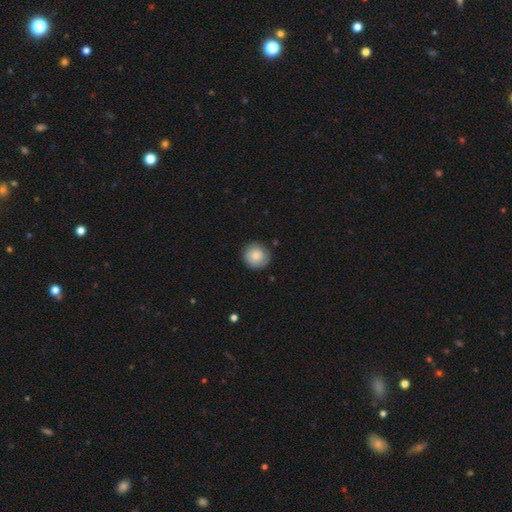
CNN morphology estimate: Smooth or featured? Predicted: smooth (p=0.83). How rounded? Predicted: round (p=0.93). Merging? Predicted: none (p=0.86).